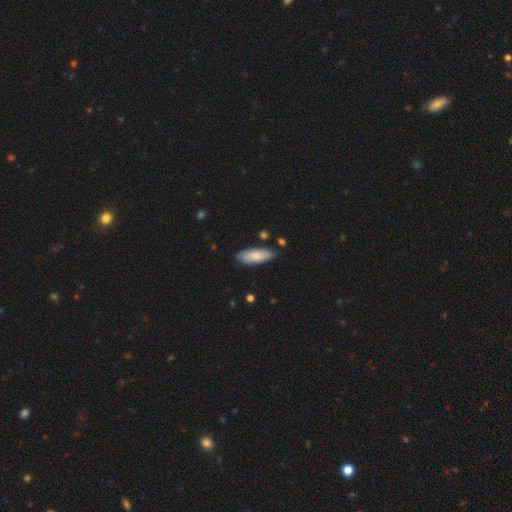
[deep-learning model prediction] A smooth galaxy with no disk features (76%) that is in between round and cigar-shaped (68%).

Vote fractions:
- Smooth or featured? smooth: 76% / featured or disk: 18% / star or artifact: 6%
- How rounded? in between: 68% / cigar-shaped: 30% / round: 2%
- Merging? none: 79% / minor disturbance: 16% / major disturbance: 3% / merger: 2%